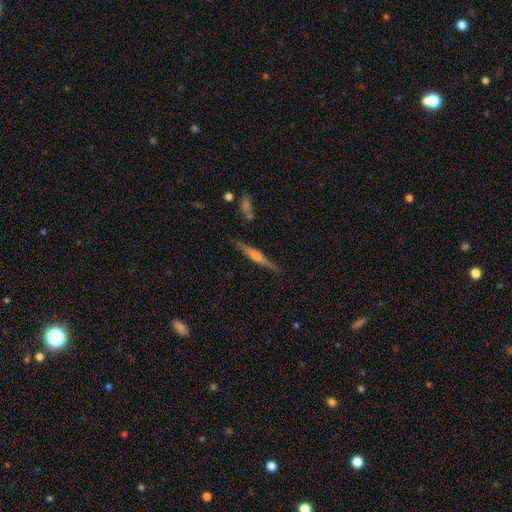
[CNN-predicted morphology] Q: Smooth or featured?
A: featured or disk (70%); runner-up: smooth (24%)
Q: Edge-on disk?
A: yes (98%); runner-up: no (2%)
Q: Edge-on bulge?
A: rounded (68%); runner-up: boxy (23%)
Q: Merging?
A: none (87%); runner-up: minor disturbance (9%)